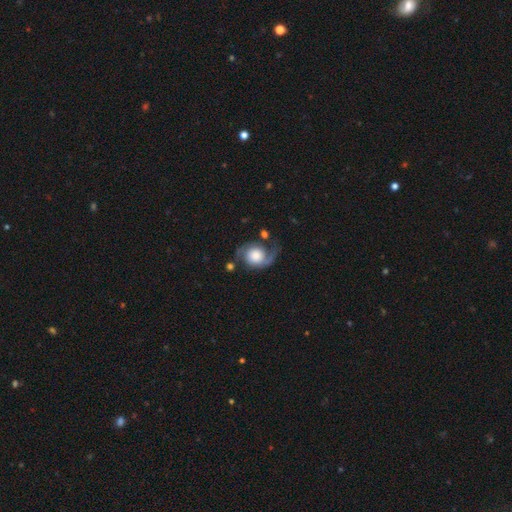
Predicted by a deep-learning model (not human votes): smooth-or-featured: featured or disk: 75% | smooth: 19% | star or artifact: 7%
  disk-edge-on: no: 97% | yes: 3%
    bar: no: 77% | weak: 20% | strong: 4%
    has-spiral-arms: yes: 93% | no: 7%
      spiral-winding: loose: 43% | medium: 41% | tight: 16%
      spiral-arm-count: 2: 84% | 1: 10% | can't tell: 3% | 3: 1% | 4: 1% | more than 4: 1%
    bulge-size: large: 48% | dominant: 20% | moderate: 18% | small: 8% | none: 6%
  merging: none: 58% | minor disturbance: 21% | major disturbance: 16% | merger: 5%